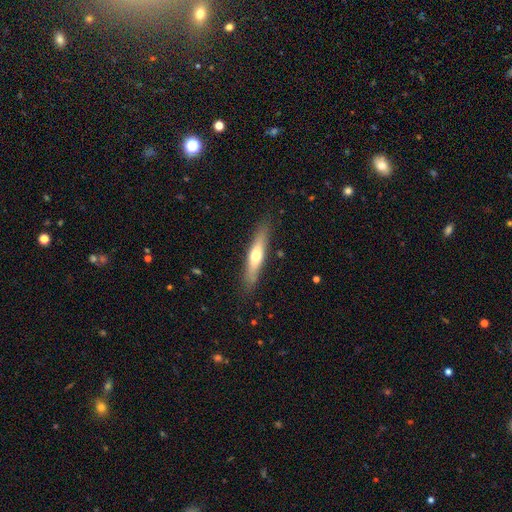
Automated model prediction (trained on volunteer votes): Smooth or featured?
  - smooth: 52% *
  - featured or disk: 43%
  - star or artifact: 6%
How rounded?
  - cigar-shaped: 83% *
  - in between: 15%
  - round: 2%
Merging?
  - none: 85% *
  - minor disturbance: 11%
  - major disturbance: 3%
  - merger: 1%